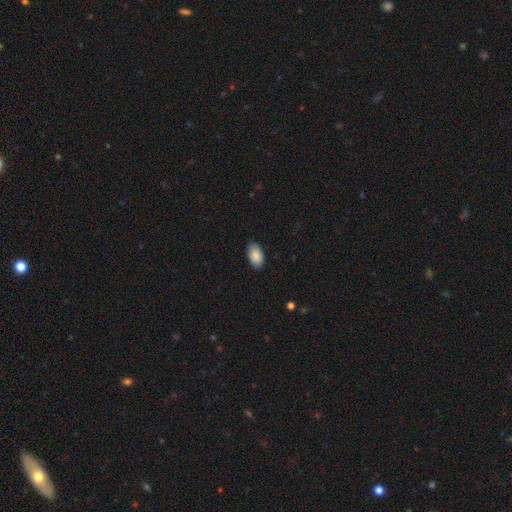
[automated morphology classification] smooth 89%, star or artifact 6%, featured or disk 4%. Down the decision tree: how rounded — in between (95%); merging — none (86%).